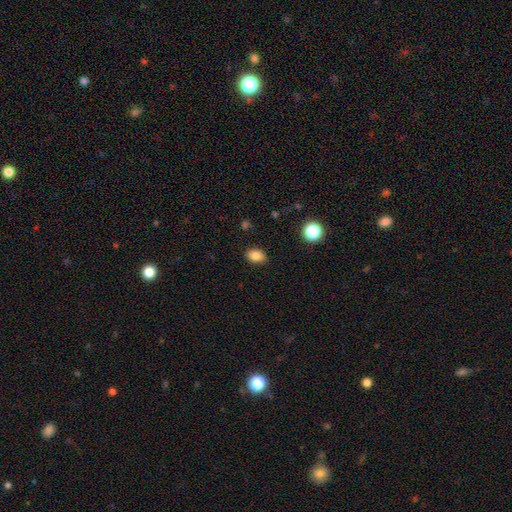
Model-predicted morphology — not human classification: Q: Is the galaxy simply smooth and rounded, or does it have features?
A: smooth — 84%.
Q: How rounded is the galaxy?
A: in between — 74%.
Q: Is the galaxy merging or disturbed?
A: none — 85%.